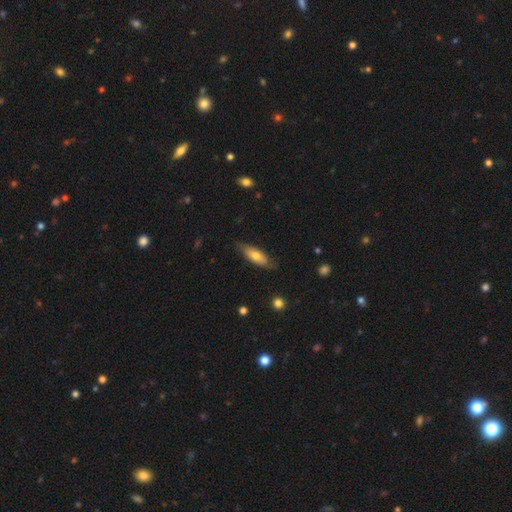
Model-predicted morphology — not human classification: Overall: smooth (63%; featured or disk 31%). How rounded: in between (60%; cigar-shaped 38%). Merging: none (74%).